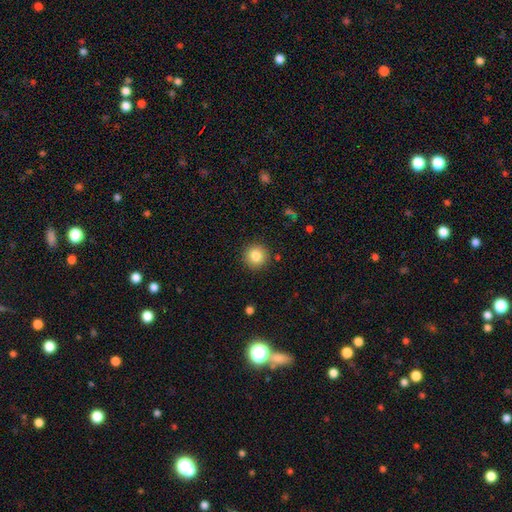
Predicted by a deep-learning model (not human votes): Morphology: type=smooth (83%); roundness=round (95%); merging=none (90%).